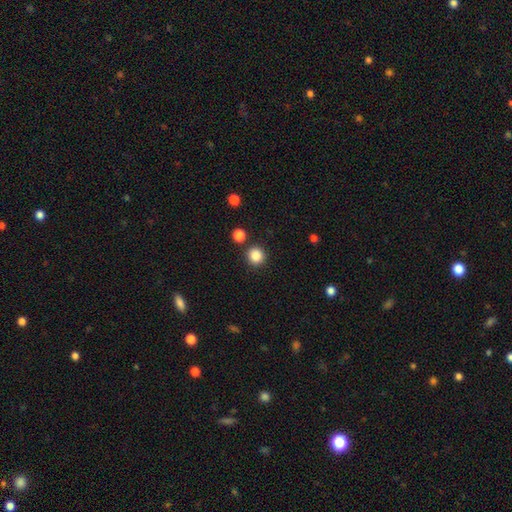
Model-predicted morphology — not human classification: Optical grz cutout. It shows a smooth galaxy with no disk features (86%) that is round (93%). Merging: none (88%).